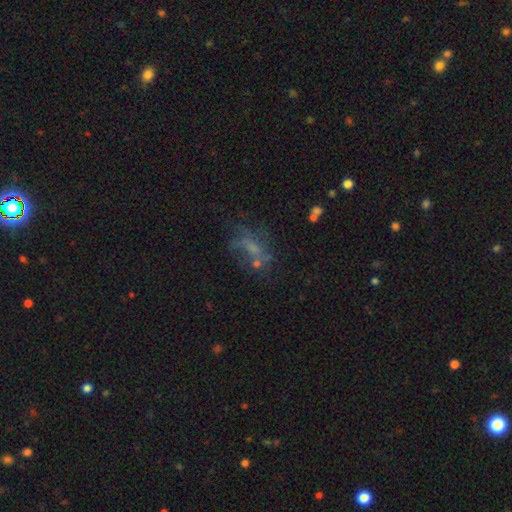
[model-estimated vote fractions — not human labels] Smooth or featured? featured or disk (37%)
Merging? none (47%)